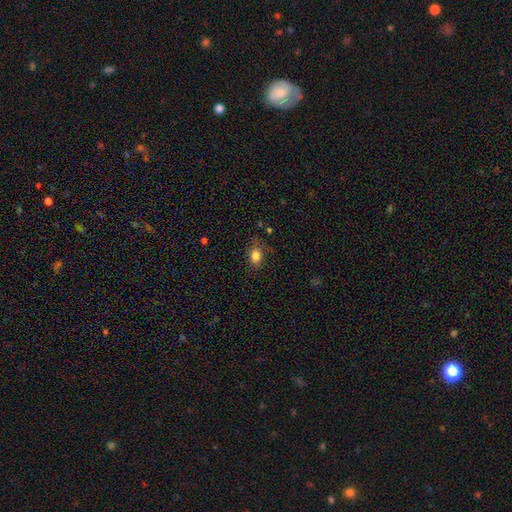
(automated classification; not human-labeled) Smooth or featured?
  - smooth: 83% *
  - star or artifact: 11%
  - featured or disk: 6%
How rounded?
  - in between: 65% *
  - round: 33%
  - cigar-shaped: 1%
Merging?
  - none: 74% *
  - minor disturbance: 19%
  - major disturbance: 6%
  - merger: 2%